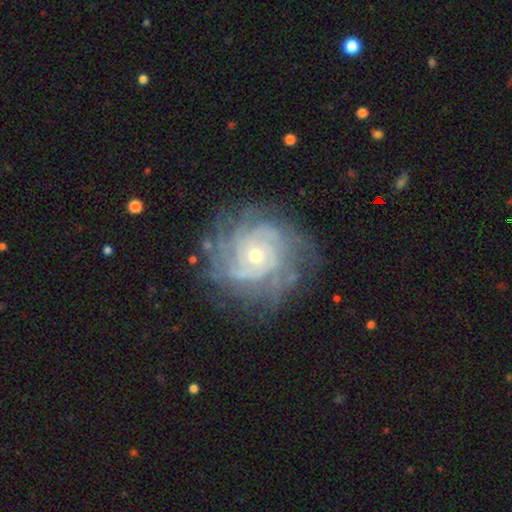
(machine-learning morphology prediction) This appears to be a featured or disk galaxy (87%) with no bar (81%), tight (77%) spiral arms (96%) and a small central bulge (59%). Merging: none (74%).